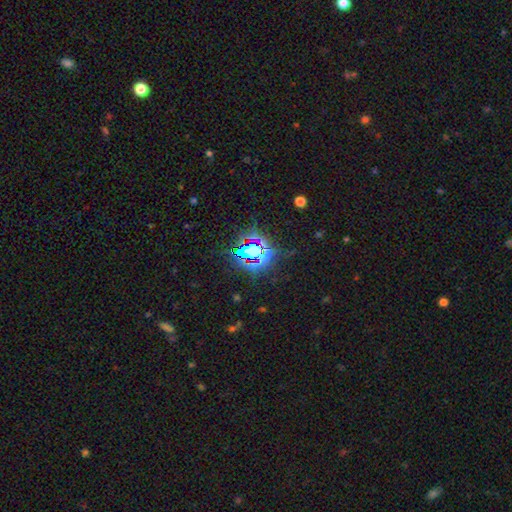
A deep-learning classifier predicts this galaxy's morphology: star or artifact 82%, smooth 11%, featured or disk 7%.